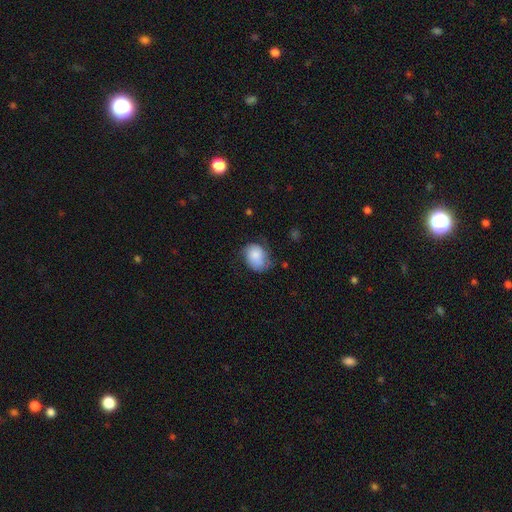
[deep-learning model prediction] Smooth or featured? Predicted: smooth (p=0.78). How rounded? Predicted: in between (p=0.61). Merging? Predicted: none (p=0.49).